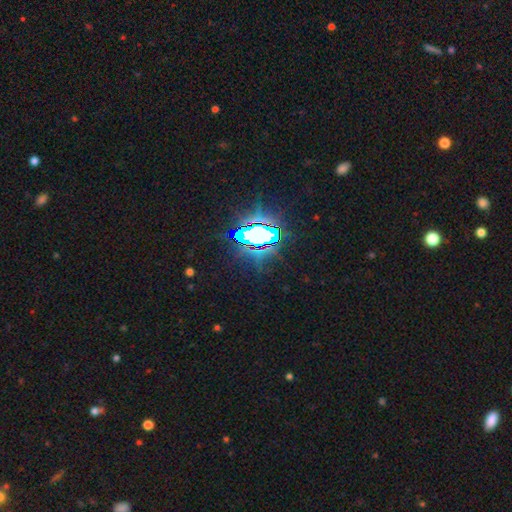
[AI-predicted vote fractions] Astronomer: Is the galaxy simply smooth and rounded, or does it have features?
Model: star or artifact — 82%.